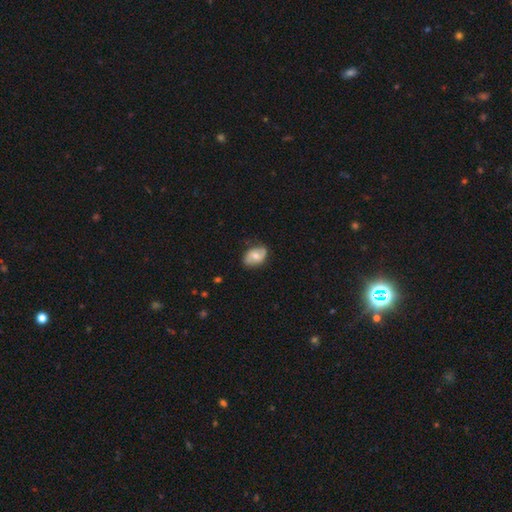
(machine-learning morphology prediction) type=featured or disk (49%); merging=none (73%).